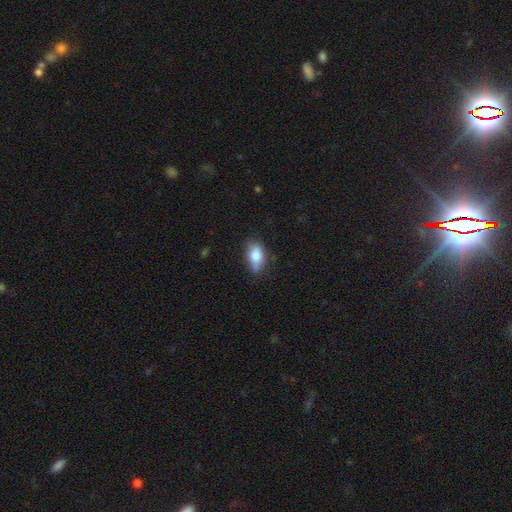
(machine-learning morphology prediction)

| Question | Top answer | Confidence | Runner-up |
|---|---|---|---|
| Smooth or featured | smooth | 81% | featured or disk (11%) |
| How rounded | in between | 87% | round (7%) |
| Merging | none | 68% | minor disturbance (25%) |